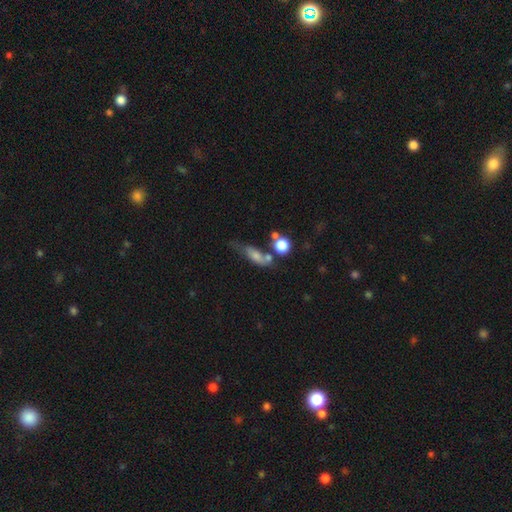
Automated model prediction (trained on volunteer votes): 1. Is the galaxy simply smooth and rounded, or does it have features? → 61% smooth, 26% featured or disk, 13% star or artifact.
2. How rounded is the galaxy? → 54% in between, 28% cigar-shaped, 18% round.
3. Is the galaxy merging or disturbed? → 33% none, 23% merger, 22% major disturbance, 22% minor disturbance.